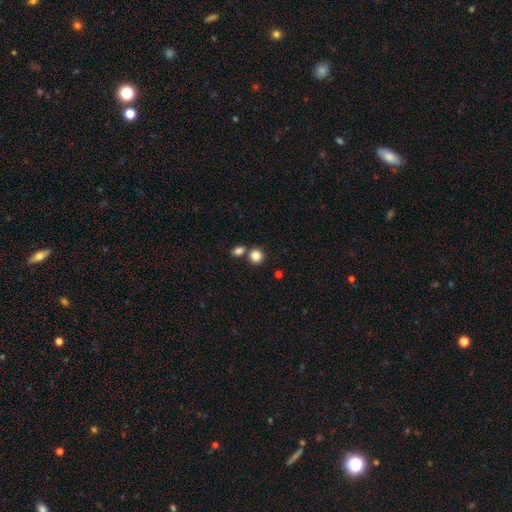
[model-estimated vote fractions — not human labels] smooth_or_featured: smooth (p=0.85) [alt: star or artifact p=0.10]
how_rounded: round (p=0.84) [alt: in between p=0.15]
merging: none (p=0.67) [alt: merger p=0.22]